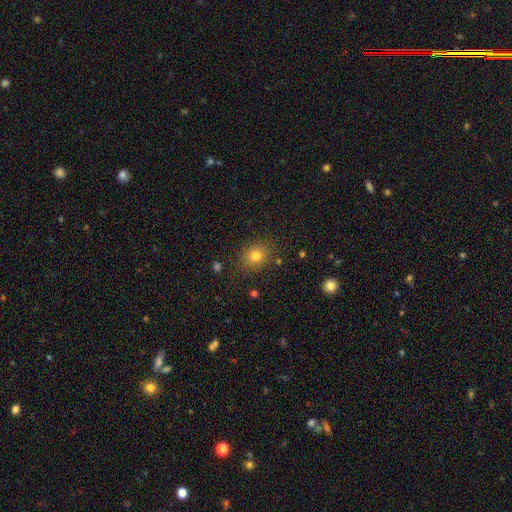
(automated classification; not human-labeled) The model was most divided on "how rounded": round: 72%, in between: 27%, cigar-shaped: 1%. More confident: merging — none (85%); smooth or featured — smooth (78%).